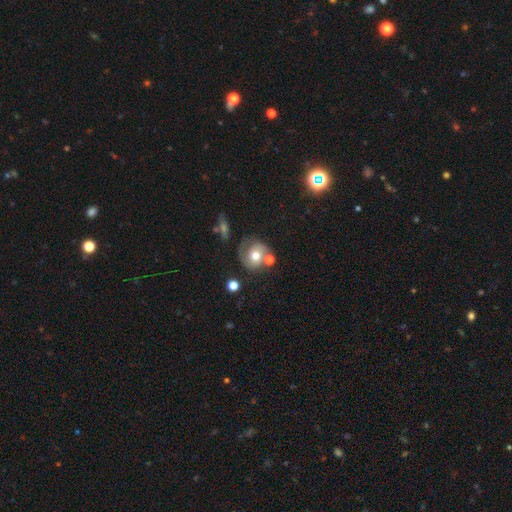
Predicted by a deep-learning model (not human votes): Morphology: type=featured or disk (50%); edge-on=no (96%); merging=none (55%).